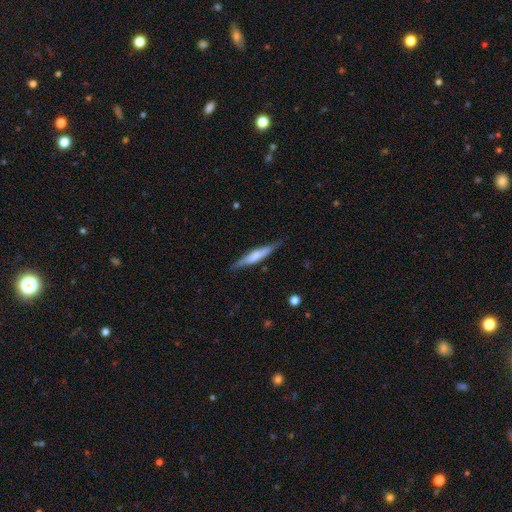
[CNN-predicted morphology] Smooth or featured? Predicted: featured or disk (p=0.52). Edge-on disk? Predicted: yes (p=0.94). Merging? Predicted: none (p=0.82).